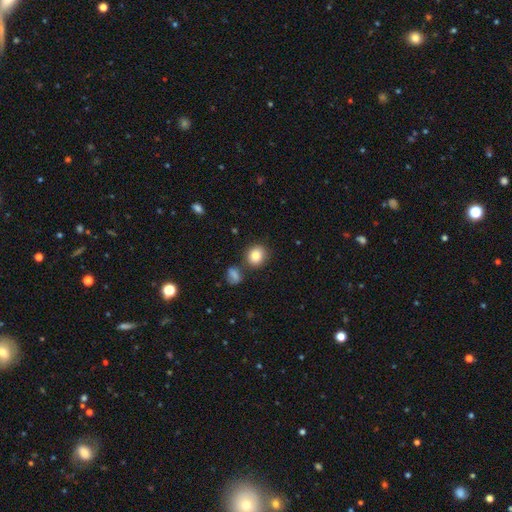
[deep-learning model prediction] A smooth galaxy with no disk features (83%) that is round (73%). Merging: none (78%).